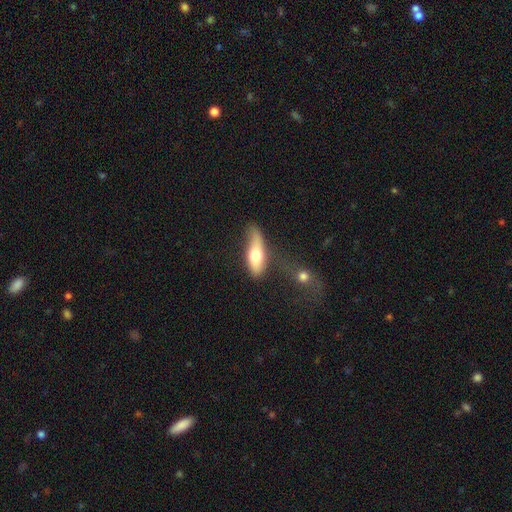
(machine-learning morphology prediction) Q: Smooth or featured?
A: smooth (65%); runner-up: featured or disk (29%)
Q: How rounded?
A: in between (63%); runner-up: cigar-shaped (34%)
Q: Merging?
A: none (39%); runner-up: minor disturbance (30%)